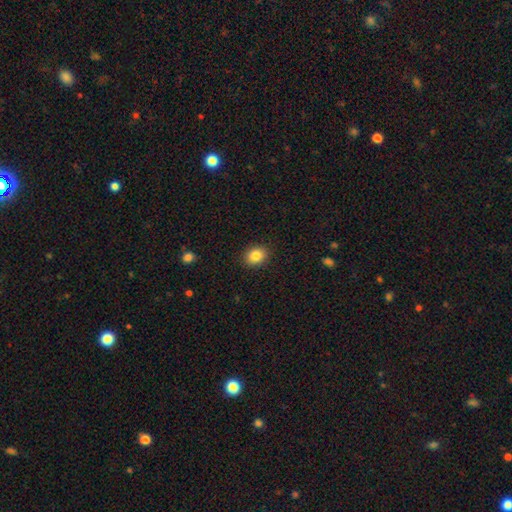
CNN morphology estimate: smooth_or_featured: smooth (p=0.84) [alt: star or artifact p=0.09]
how_rounded: round (p=0.52) [alt: in between p=0.48]
merging: none (p=0.89) [alt: minor disturbance p=0.07]